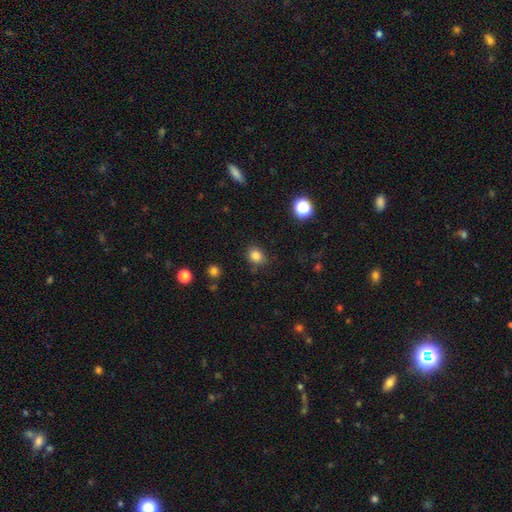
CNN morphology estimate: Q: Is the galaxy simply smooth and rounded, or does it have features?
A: smooth — 82%.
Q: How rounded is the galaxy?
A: round — 61%.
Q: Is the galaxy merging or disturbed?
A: none — 81%.